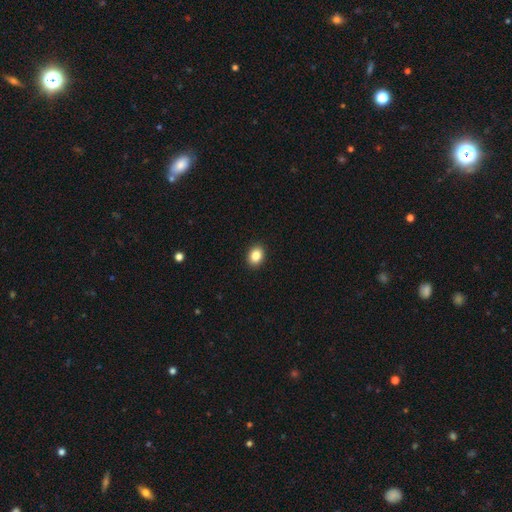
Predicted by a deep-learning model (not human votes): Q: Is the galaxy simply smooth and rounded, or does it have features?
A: smooth — 86%.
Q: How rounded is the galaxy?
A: in between — 56%.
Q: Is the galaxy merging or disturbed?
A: none — 91%.